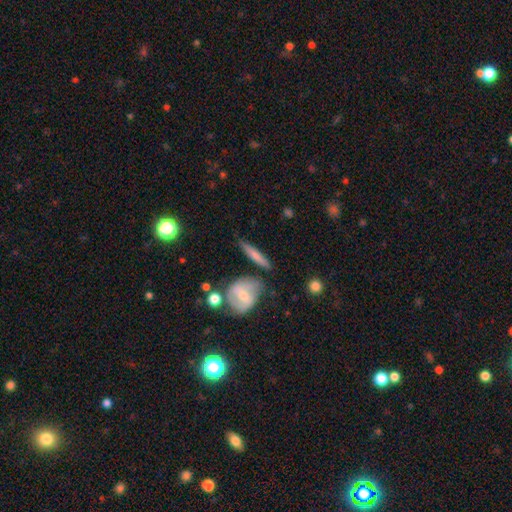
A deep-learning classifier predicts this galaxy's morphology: The model was most divided on "smooth or featured": smooth: 58%, featured or disk: 36%, star or artifact: 6%. More confident: how rounded — cigar-shaped (84%); merging — none (76%).